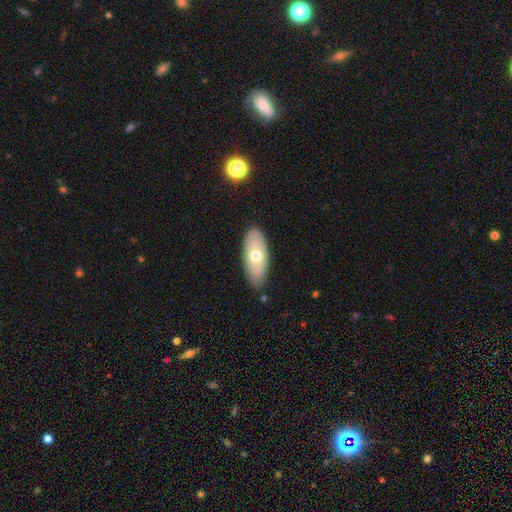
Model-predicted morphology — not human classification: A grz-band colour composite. It shows a smooth galaxy with no disk features (62%) that is in between round and cigar-shaped (84%). Merging: none (81%).